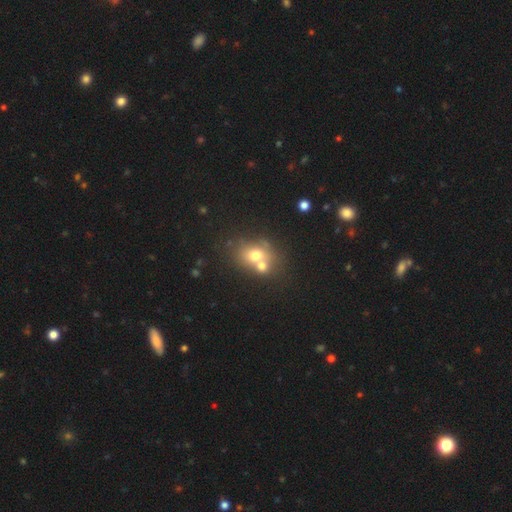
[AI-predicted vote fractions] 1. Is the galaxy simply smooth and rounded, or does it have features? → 66% smooth, 21% featured or disk, 13% star or artifact.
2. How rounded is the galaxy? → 56% round, 43% in between, 1% cigar-shaped.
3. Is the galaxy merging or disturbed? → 55% merger, 32% none, 9% minor disturbance, 4% major disturbance.